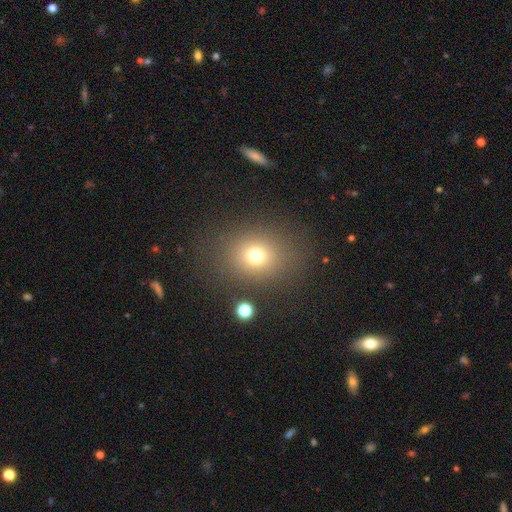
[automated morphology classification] This appears to be a smooth galaxy with no disk features (73%) that is round (64%). Merging: none (81%).